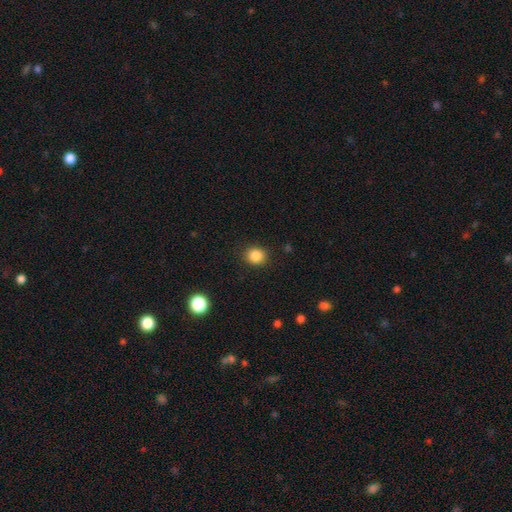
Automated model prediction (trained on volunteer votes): Smooth or featured? Predicted: smooth (p=0.86). How rounded? Predicted: round (p=0.80). Merging? Predicted: none (p=0.89).